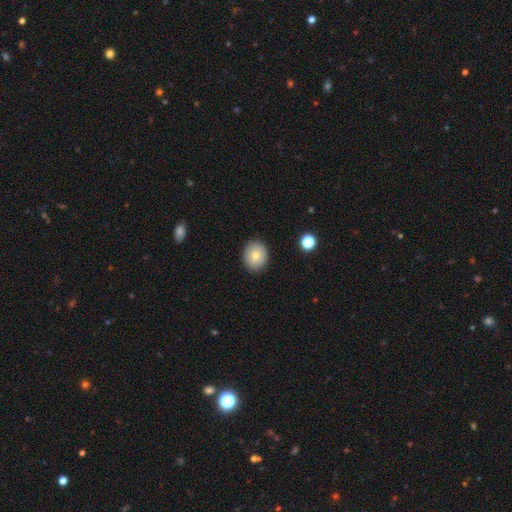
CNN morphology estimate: type=smooth (78%); roundness=round (74%); merging=none (89%).